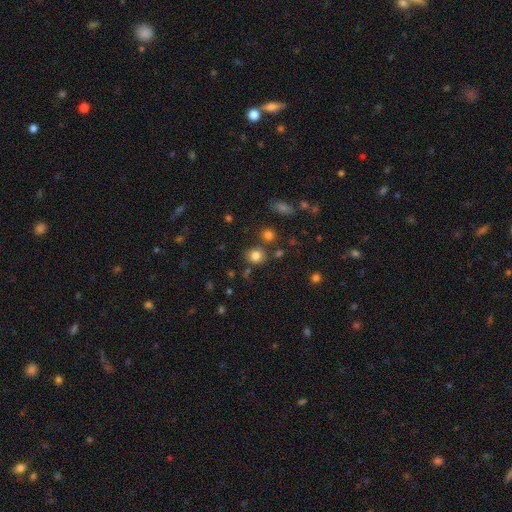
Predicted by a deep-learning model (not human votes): Smooth or featured?
  - smooth: 81% *
  - star or artifact: 13%
  - featured or disk: 6%
How rounded?
  - round: 81% *
  - in between: 18%
  - cigar-shaped: 1%
Merging?
  - none: 77% *
  - minor disturbance: 11%
  - merger: 9%
  - major disturbance: 4%